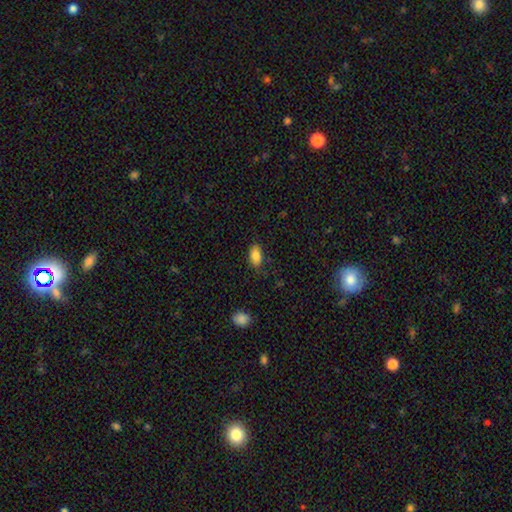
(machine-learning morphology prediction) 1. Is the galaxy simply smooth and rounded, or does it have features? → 84% smooth, 8% star or artifact, 7% featured or disk.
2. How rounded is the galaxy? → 90% in between, 6% round, 4% cigar-shaped.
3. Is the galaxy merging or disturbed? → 79% none, 16% minor disturbance, 4% major disturbance, 1% merger.